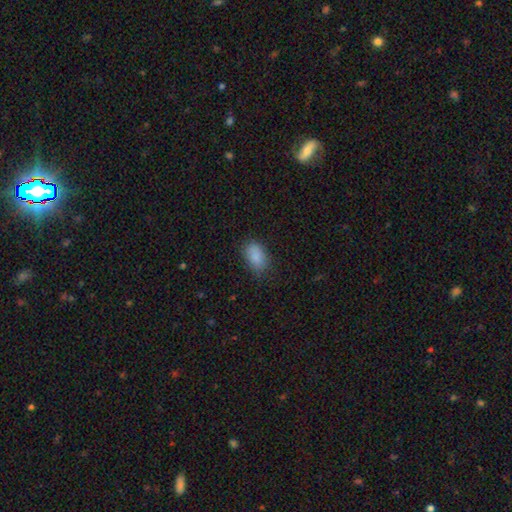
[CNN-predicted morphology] Smooth or featured: smooth — 88% (star or artifact — 8%)
How rounded: in between — 88% (round — 10%)
Merging: none — 79% (minor disturbance — 16%)